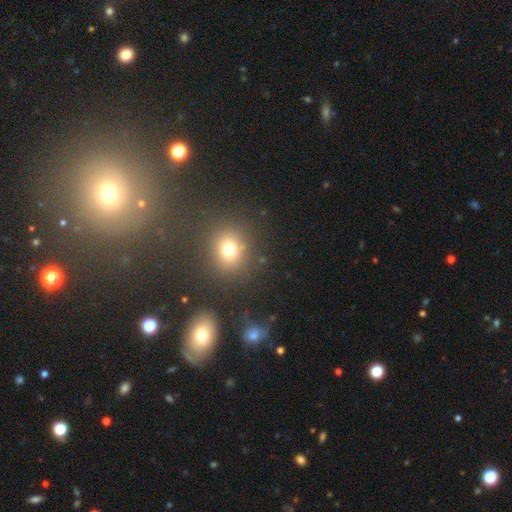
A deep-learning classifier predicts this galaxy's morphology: Q: Smooth or featured?
A: smooth (52%); runner-up: star or artifact (39%)
Q: How rounded?
A: round (83%); runner-up: in between (16%)
Q: Merging?
A: none (83%); runner-up: minor disturbance (8%)